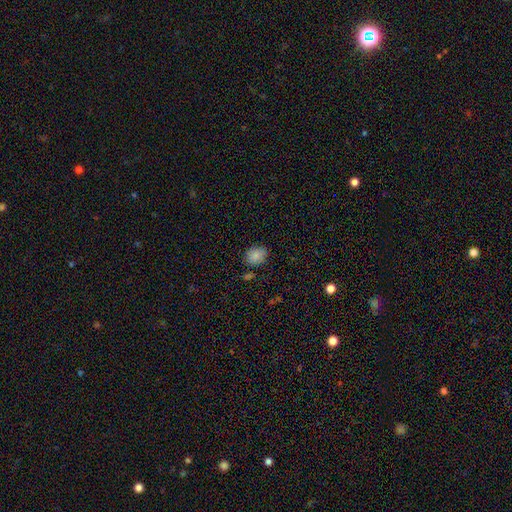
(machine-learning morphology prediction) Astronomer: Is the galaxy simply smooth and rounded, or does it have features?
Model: smooth — 86%.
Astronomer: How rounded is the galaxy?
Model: in between — 50% (runner-up: round, 49%).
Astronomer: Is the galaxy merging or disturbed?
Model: none — 78%.